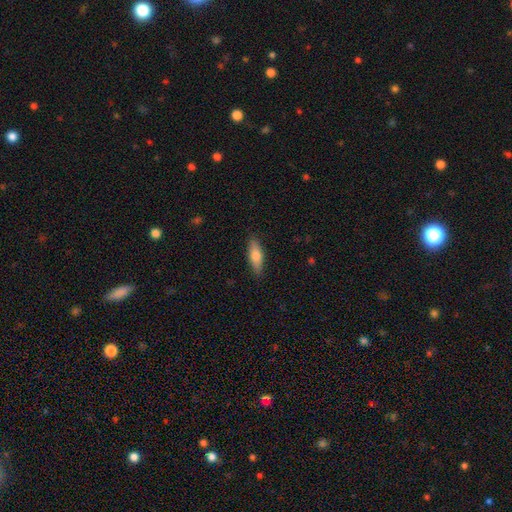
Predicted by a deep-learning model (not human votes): This is likely a smooth galaxy (70%). How rounded: possibly in between (54%). Merging: clearly none (87%).